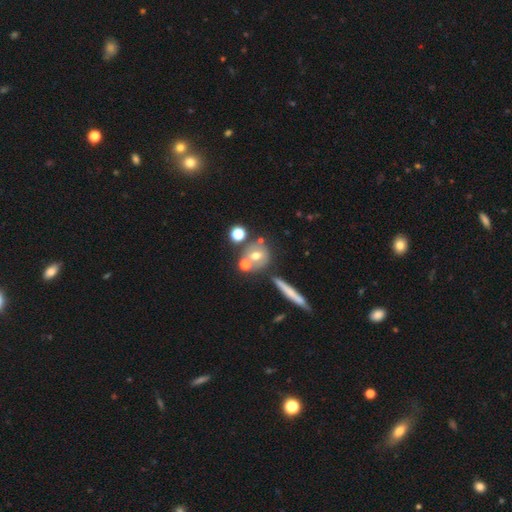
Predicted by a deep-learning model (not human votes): smooth-or-featured: smooth: 53% | featured or disk: 32% | star or artifact: 15%
  how-rounded: round: 73% | in between: 23% | cigar-shaped: 4%
  merging: none: 57% | merger: 24% | minor disturbance: 13% | major disturbance: 6%